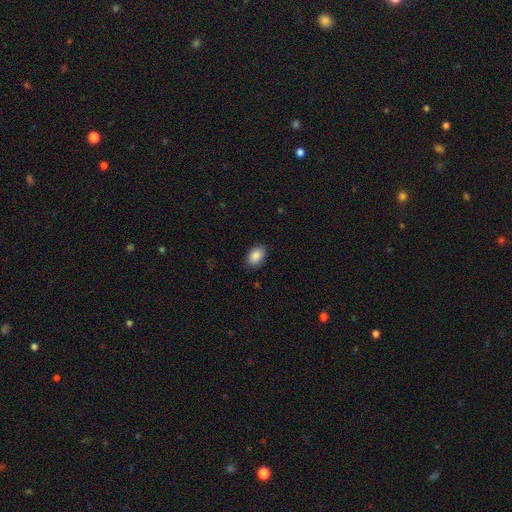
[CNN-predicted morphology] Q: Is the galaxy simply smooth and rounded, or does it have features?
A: smooth — 88%.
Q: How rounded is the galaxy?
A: in between — 87%.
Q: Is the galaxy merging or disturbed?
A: none — 87%.